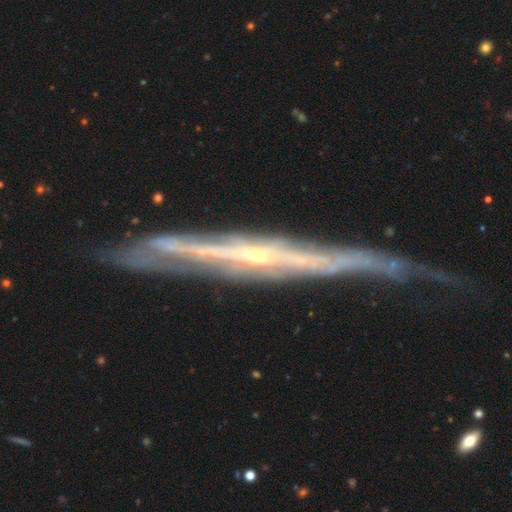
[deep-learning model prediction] The model was most divided on "edge-on bulge": rounded: 53%, none: 41%, boxy: 6%. More confident: edge-on disk — yes (88%); smooth or featured — featured or disk (84%); merging — none (64%).